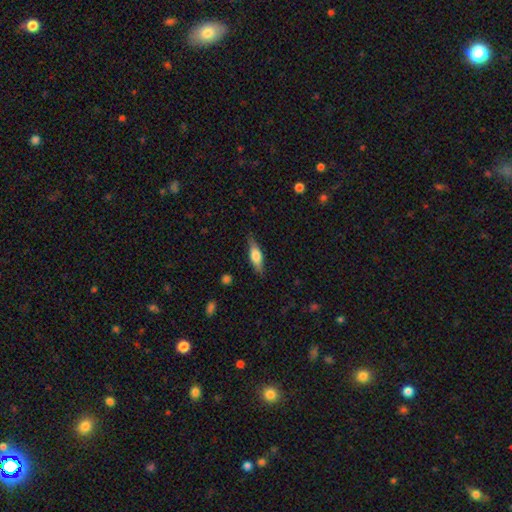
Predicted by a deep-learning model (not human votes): Smooth or featured? smooth (55%)
How rounded? in between (50%)
Merging? none (82%)